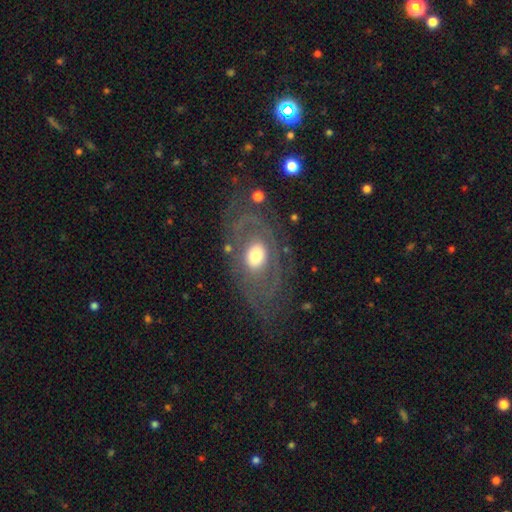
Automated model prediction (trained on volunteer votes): A featured or disk galaxy (69%) with no bar (83%), spiral arms (60%) and a moderate central bulge (53%). Merging: none (67%).